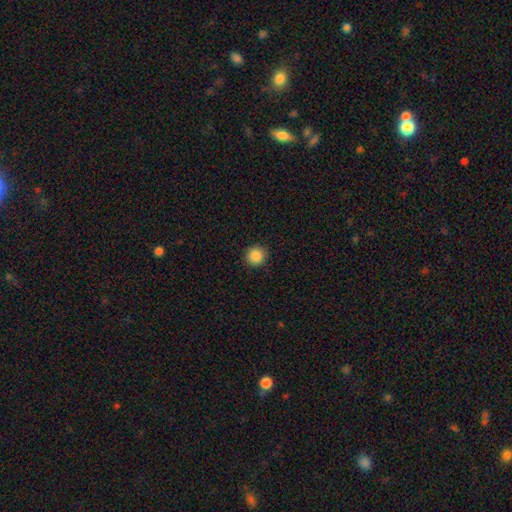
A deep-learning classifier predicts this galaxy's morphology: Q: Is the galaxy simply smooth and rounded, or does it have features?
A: smooth — 87%.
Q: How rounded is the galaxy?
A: round — 93%.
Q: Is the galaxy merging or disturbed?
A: none — 91%.